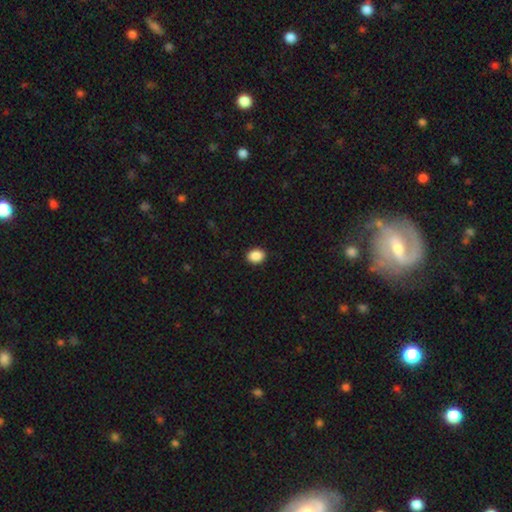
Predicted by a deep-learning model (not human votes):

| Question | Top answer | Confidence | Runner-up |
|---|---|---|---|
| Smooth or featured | smooth | 89% | star or artifact (8%) |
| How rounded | in between | 65% | round (34%) |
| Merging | none | 90% | minor disturbance (7%) |